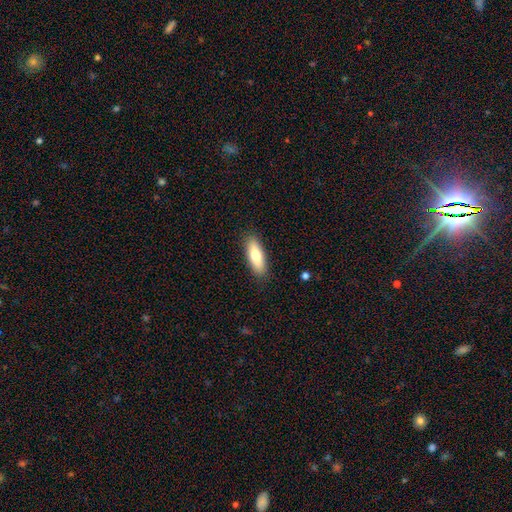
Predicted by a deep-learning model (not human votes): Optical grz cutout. It shows a smooth galaxy with no disk features (71%) that is in between round and cigar-shaped (58%). Merging: none (89%).